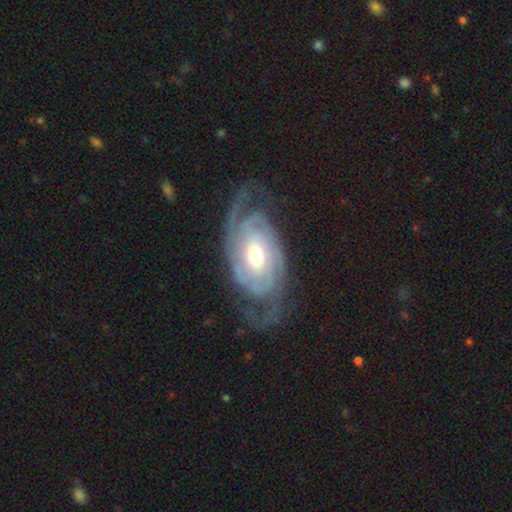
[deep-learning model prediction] Smooth or featured? Predicted: featured or disk (p=0.91). Edge-on disk? Predicted: no (p=0.96). Bar? Predicted: no (p=0.55). Spiral arms? Predicted: yes (p=0.98). Spiral winding? Predicted: tight (p=0.67). Spiral arm count? Predicted: 2 (p=0.58). Bulge size? Predicted: moderate (p=0.72). Merging? Predicted: none (p=0.75).